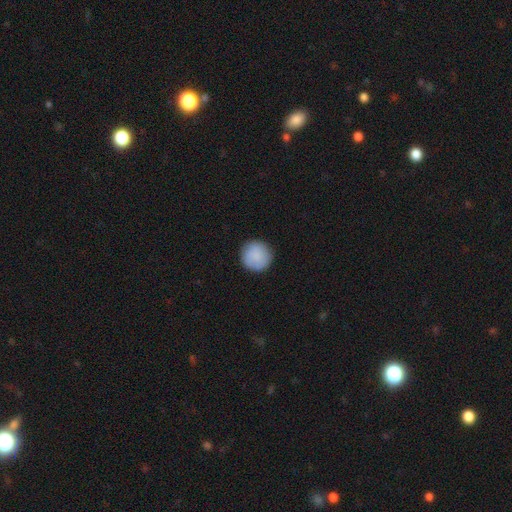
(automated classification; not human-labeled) smooth 88%, star or artifact 6%, featured or disk 6%. Down the decision tree: how rounded — round (95%); merging — none (89%).